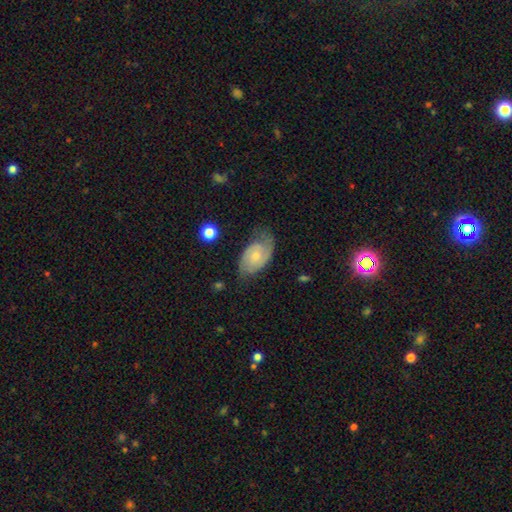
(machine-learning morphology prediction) type=featured or disk (64%); edge-on=no (96%); bar=no (66%); spiral arms=yes (90%); winding=tight (42%); arm count=2 (73%); bulge=small (47%); merging=none (59%).